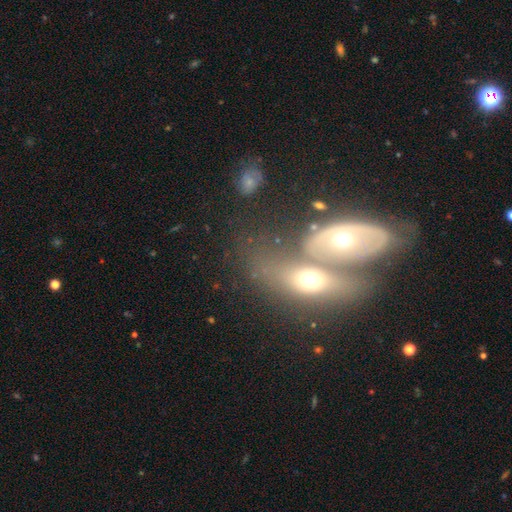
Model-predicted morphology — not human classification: Q: Smooth or featured?
A: featured or disk (50%); runner-up: smooth (40%)
Q: Edge-on disk?
A: no (77%); runner-up: yes (23%)
Q: Merging?
A: merger (65%); runner-up: none (19%)